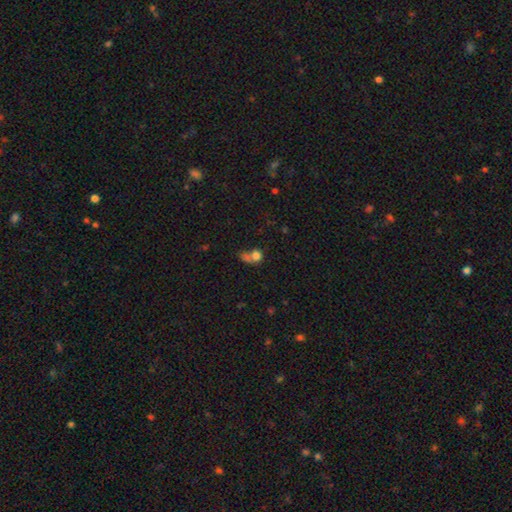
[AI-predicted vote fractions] Smooth or featured? smooth (73%)
How rounded? round (70%)
Merging? merger (46%)